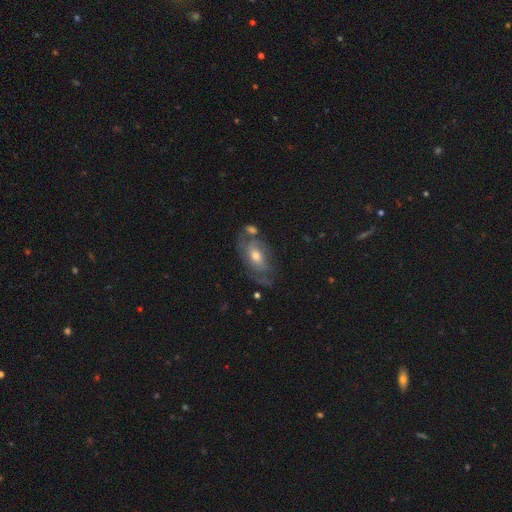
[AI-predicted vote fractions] Q: Smooth or featured?
A: featured or disk (68%); runner-up: smooth (24%)
Q: Edge-on disk?
A: no (92%); runner-up: yes (8%)
Q: Bar?
A: no (65%); runner-up: weak (28%)
Q: Spiral arms?
A: yes (77%); runner-up: no (23%)
Q: Bulge size?
A: moderate (66%); runner-up: small (21%)
Q: Merging?
A: none (53%); runner-up: minor disturbance (22%)